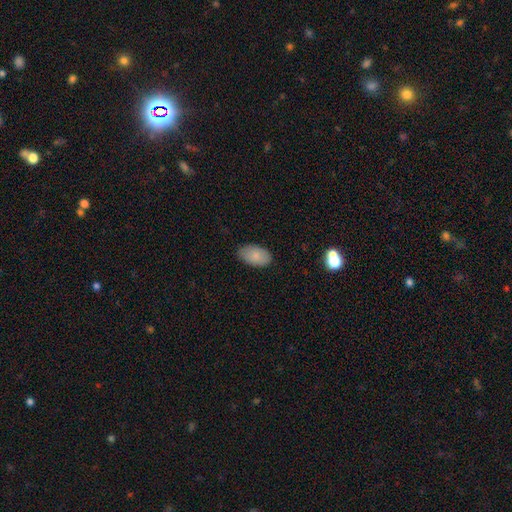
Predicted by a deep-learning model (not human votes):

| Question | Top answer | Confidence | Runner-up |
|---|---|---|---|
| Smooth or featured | smooth | 85% | featured or disk (8%) |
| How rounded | in between | 94% | round (4%) |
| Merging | none | 80% | minor disturbance (16%) |